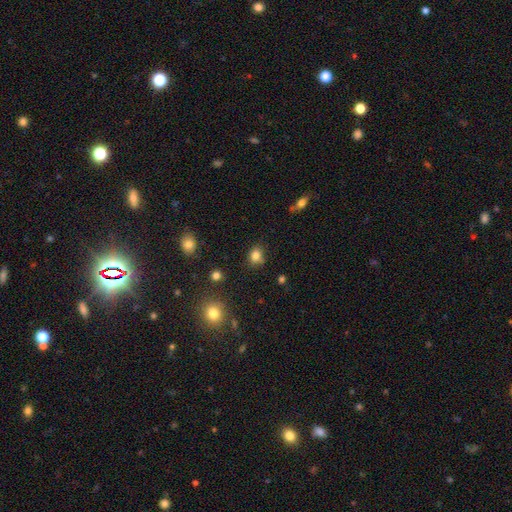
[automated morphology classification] smooth_or_featured: smooth (p=0.81) [alt: star or artifact p=0.13]
how_rounded: round (p=0.62) [alt: in between p=0.37]
merging: none (p=0.73) [alt: minor disturbance p=0.18]